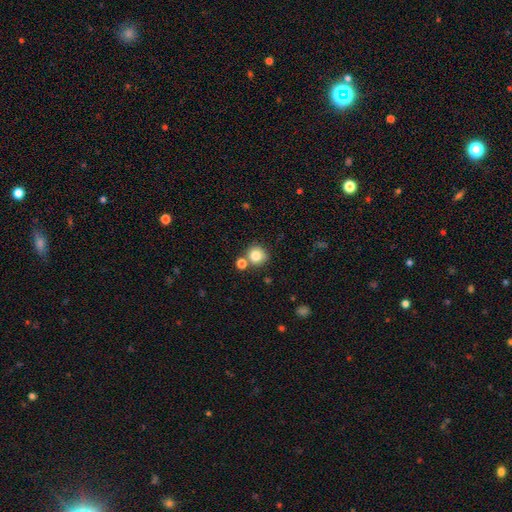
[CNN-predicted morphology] A smooth galaxy with no disk features (83%) that is round (90%).

Vote fractions:
- Smooth or featured? smooth: 83% / star or artifact: 10% / featured or disk: 7%
- How rounded? round: 90% / in between: 9% / cigar-shaped: 1%
- Merging? none: 69% / merger: 17% / minor disturbance: 10% / major disturbance: 3%